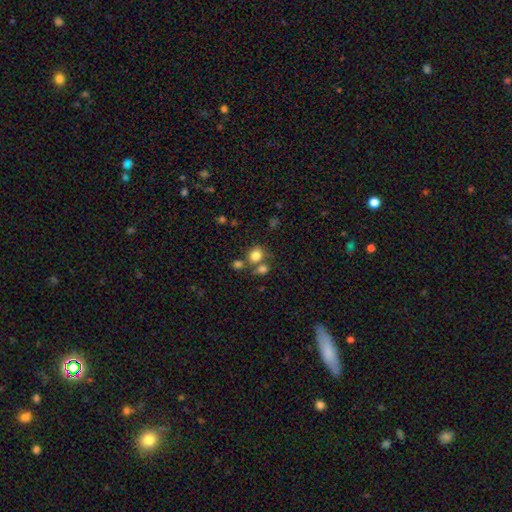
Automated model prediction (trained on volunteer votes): Smooth or featured?
  - smooth: 79% *
  - star or artifact: 13%
  - featured or disk: 8%
How rounded?
  - round: 71% *
  - in between: 28%
  - cigar-shaped: 1%
Merging?
  - none: 55% *
  - merger: 29%
  - minor disturbance: 11%
  - major disturbance: 6%